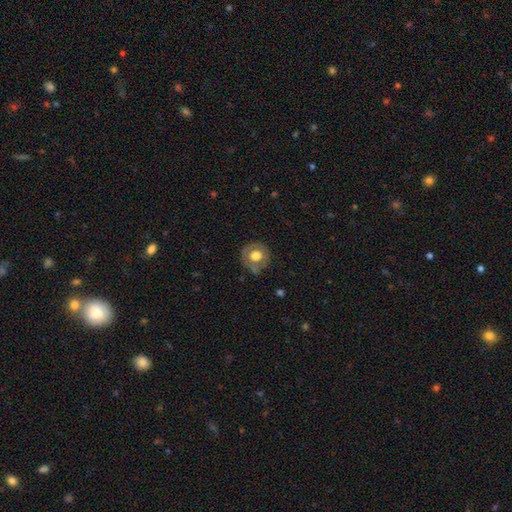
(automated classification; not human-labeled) This is possibly a smooth galaxy (59%). How rounded: clearly round (89%). Merging: likely none (73%).